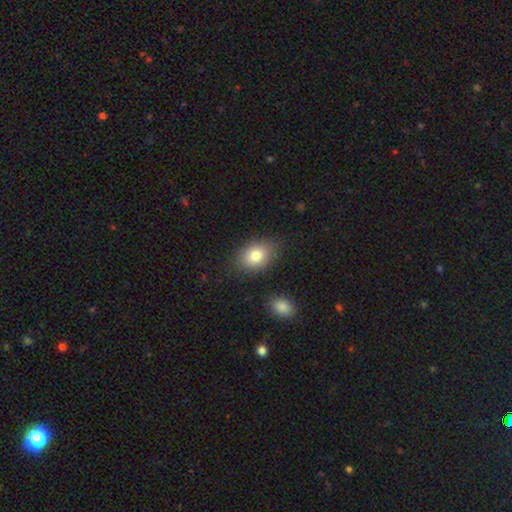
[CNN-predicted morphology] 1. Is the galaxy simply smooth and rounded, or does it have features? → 81% smooth, 10% featured or disk, 9% star or artifact.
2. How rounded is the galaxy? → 77% in between, 22% round, 1% cigar-shaped.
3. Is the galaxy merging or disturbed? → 82% none, 12% minor disturbance, 3% major disturbance, 3% merger.